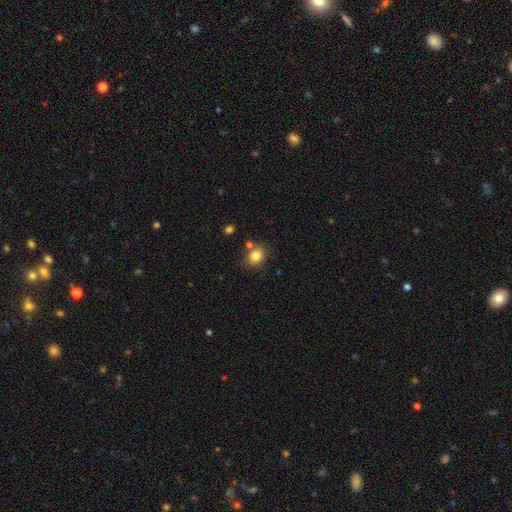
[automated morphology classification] Overall: smooth (83%). How rounded: in between (58%; round 41%). Merging: none (73%).